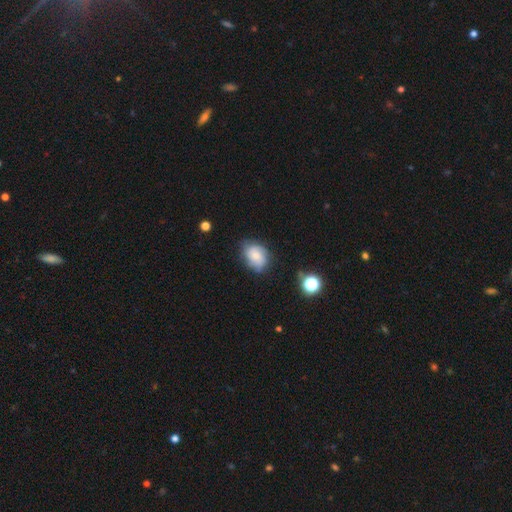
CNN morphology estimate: Overall: smooth (60%; featured or disk 30%). How rounded: in between (64%; round 35%). Merging: none (61%; minor disturbance 29%).